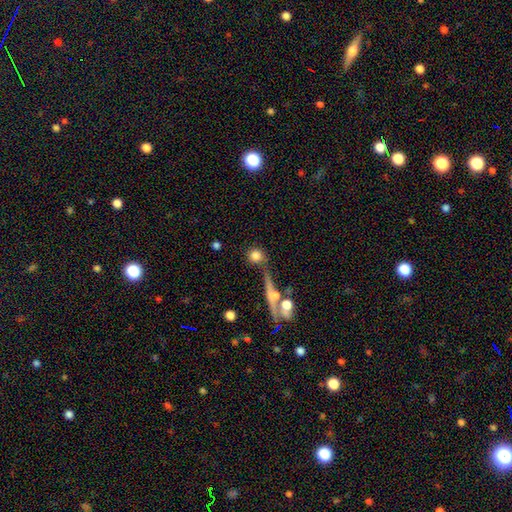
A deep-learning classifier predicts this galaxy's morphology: This is likely a smooth galaxy (74%). How rounded: clearly round (87%). Merging: likely none (64%).